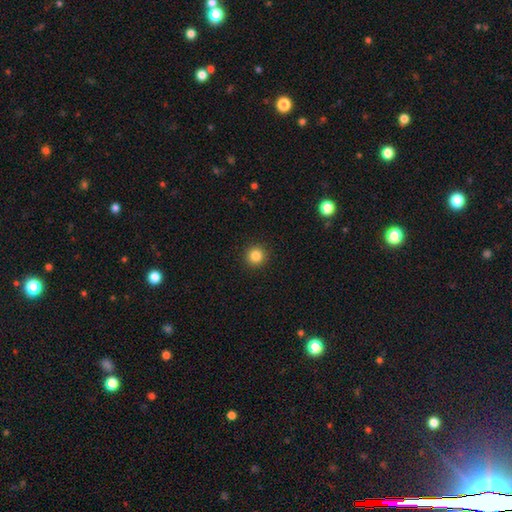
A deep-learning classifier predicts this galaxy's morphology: Overall: smooth (84%). How rounded: round (95%). Merging: none (93%).